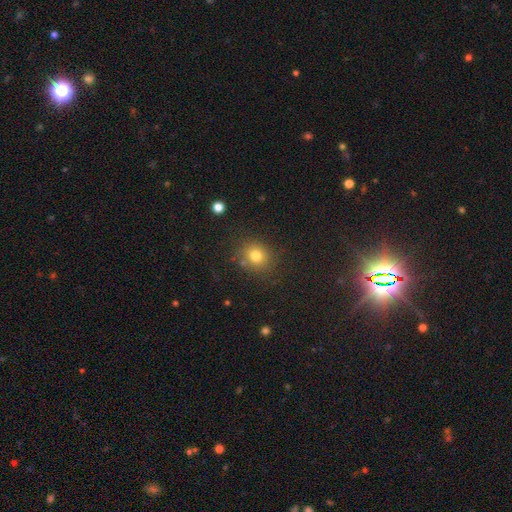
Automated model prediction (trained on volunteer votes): A smooth galaxy with no disk features (78%) that is round (76%). Merging: none (81%).